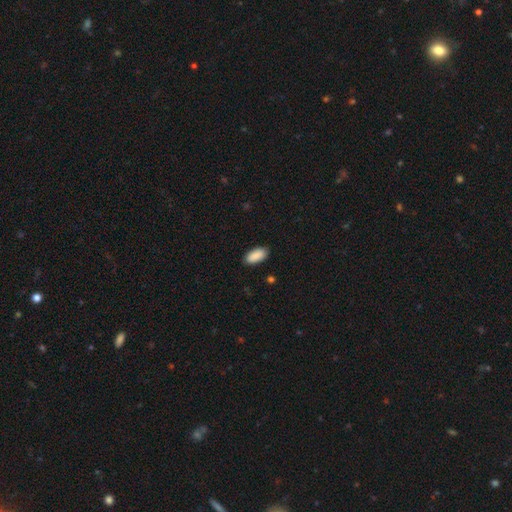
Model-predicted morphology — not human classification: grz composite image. It shows a smooth galaxy with no disk features (91%) that is in between round and cigar-shaped (93%). Merging: none (88%).